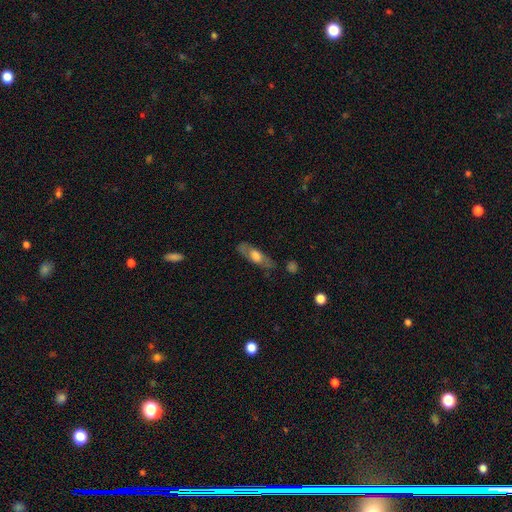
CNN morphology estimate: A smooth galaxy with no disk features (50%). Merging: none (69%).